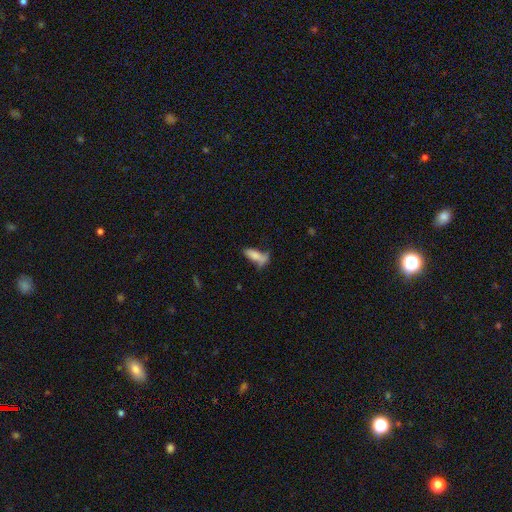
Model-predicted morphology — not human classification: smooth-or-featured: smooth: 74% | featured or disk: 16% | star or artifact: 10%
  how-rounded: in between: 61% | cigar-shaped: 36% | round: 3%
  merging: none: 36% | minor disturbance: 26% | major disturbance: 20% | merger: 17%